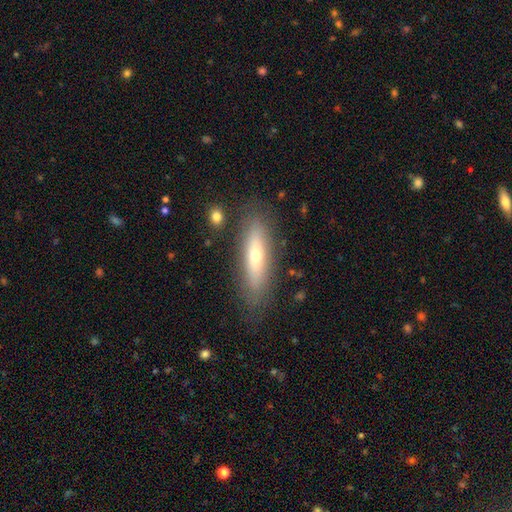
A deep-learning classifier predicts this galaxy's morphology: Smooth or featured?
  - smooth: 51% *
  - featured or disk: 42%
  - star or artifact: 8%
How rounded?
  - cigar-shaped: 68% *
  - in between: 30%
  - round: 2%
Merging?
  - none: 83% *
  - minor disturbance: 12%
  - major disturbance: 4%
  - merger: 2%